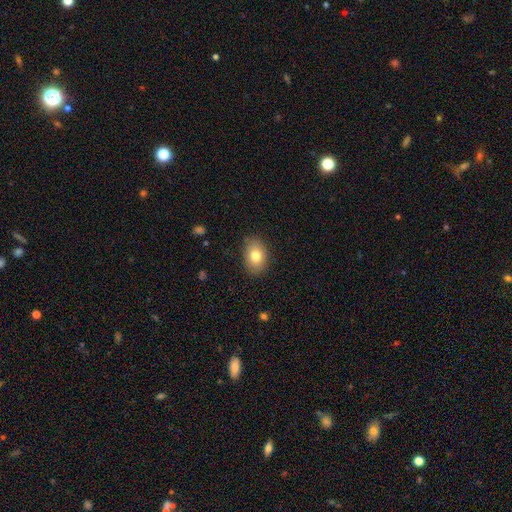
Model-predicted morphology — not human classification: The model was most divided on "how rounded": in between: 79%, round: 20%, cigar-shaped: 1%. More confident: merging — none (86%); smooth or featured — smooth (80%).